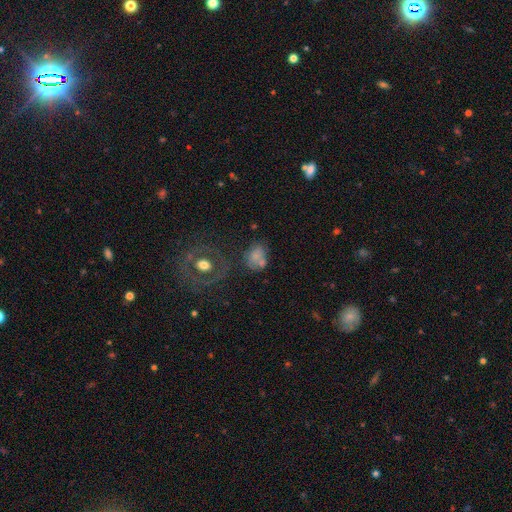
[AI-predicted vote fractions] Q: Smooth or featured?
A: smooth (65%); runner-up: featured or disk (22%)
Q: How rounded?
A: in between (54%); runner-up: round (44%)
Q: Merging?
A: none (47%); runner-up: merger (21%)